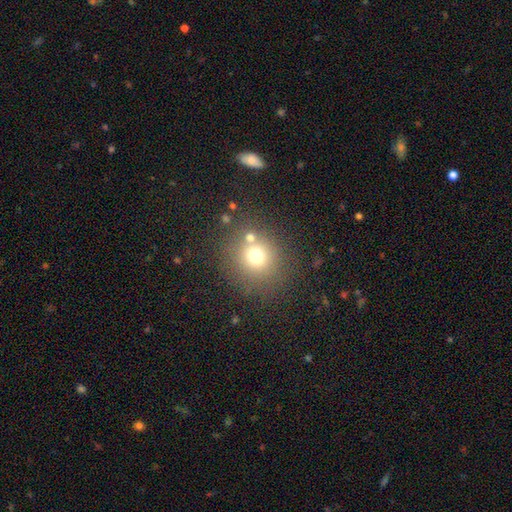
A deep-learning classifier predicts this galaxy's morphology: This is likely a smooth galaxy (70%). How rounded: clearly round (89%). Merging: likely none (72%).